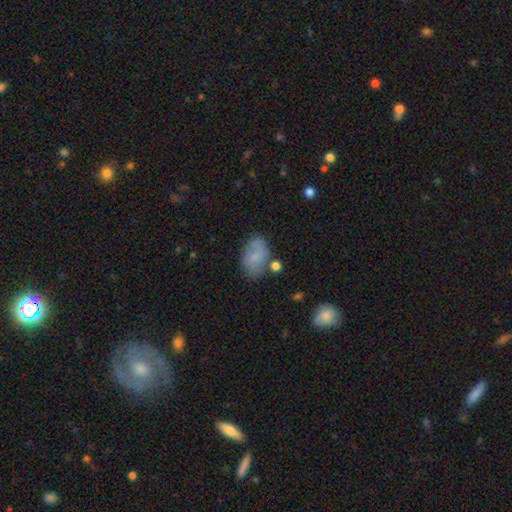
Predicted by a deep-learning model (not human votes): Smooth or featured? Predicted: smooth (p=0.67). How rounded? Predicted: in between (p=0.87). Merging? Predicted: none (p=0.62).